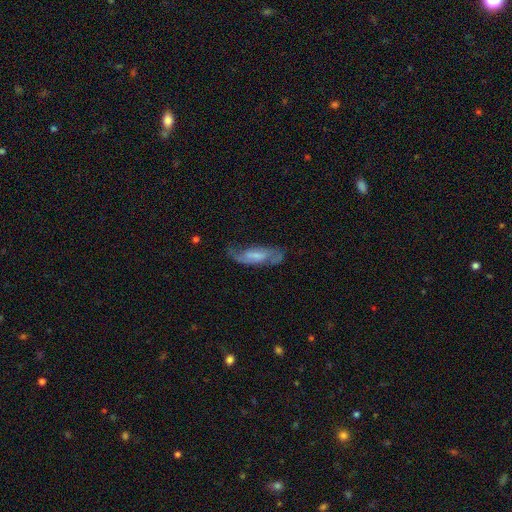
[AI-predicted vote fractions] This is possibly a featured or disk galaxy (59%). It is clearly not viewed edge-on (84%). Merging: possibly none (57%).